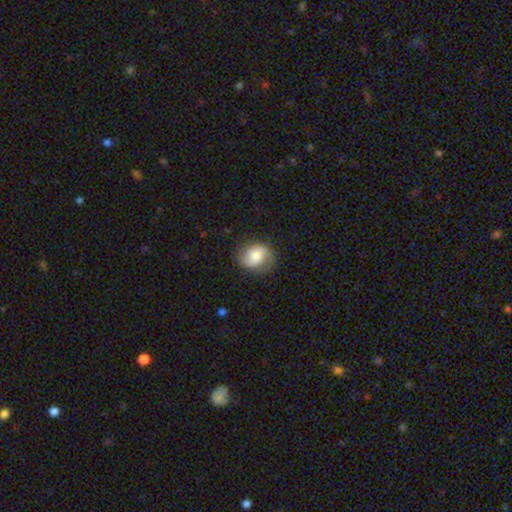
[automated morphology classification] featured or disk 53%, smooth 39%, star or artifact 8%. Down the decision tree: edge-on disk — no (97%); bar — no (57%); spiral arms — yes (91%); bulge size — moderate (48%); merging — none (75%).